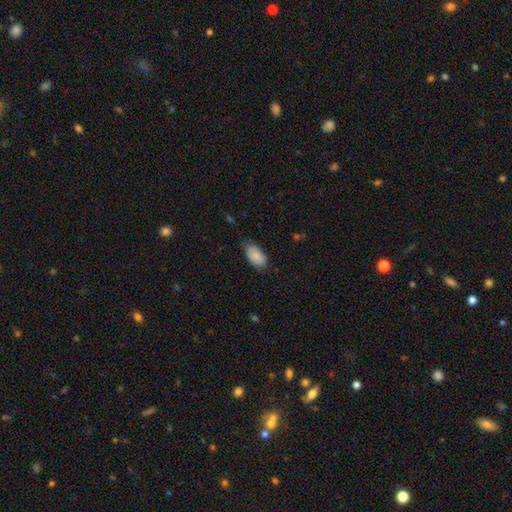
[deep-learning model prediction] This is clearly a smooth galaxy (86%). How rounded: clearly in between (95%). Merging: likely none (72%).